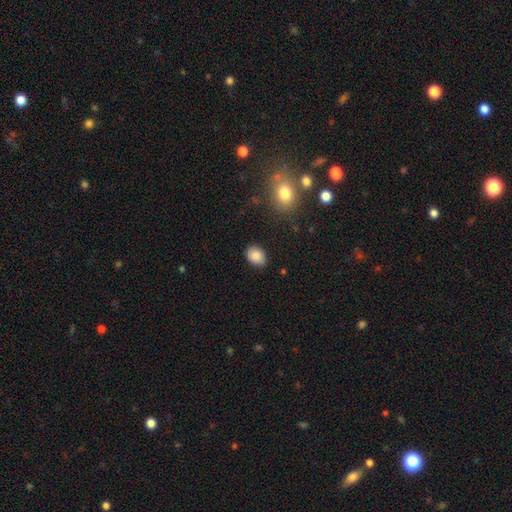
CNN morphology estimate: Smooth or featured? Predicted: smooth (p=0.86). How rounded? Predicted: in between (p=0.69). Merging? Predicted: none (p=0.84).